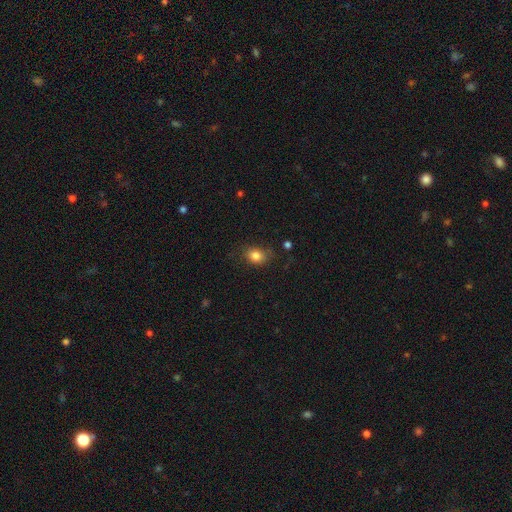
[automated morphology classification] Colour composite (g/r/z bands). It shows a smooth galaxy with no disk features (83%) that is in between round and cigar-shaped (56%). Merging: none (76%).